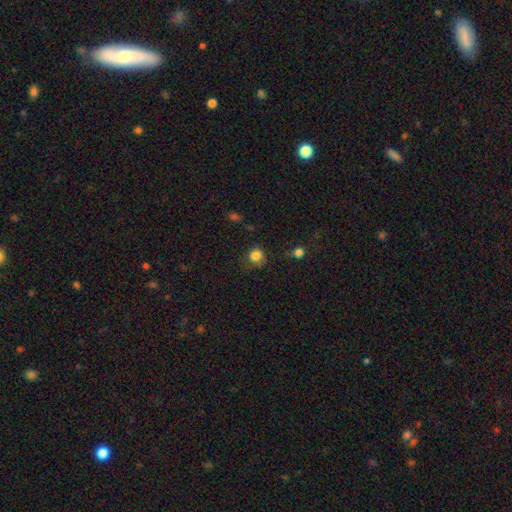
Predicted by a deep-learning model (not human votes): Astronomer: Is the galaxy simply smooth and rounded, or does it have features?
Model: smooth — 83%.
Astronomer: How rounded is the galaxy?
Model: round — 90%.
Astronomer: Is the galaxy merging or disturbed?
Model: none — 72%.